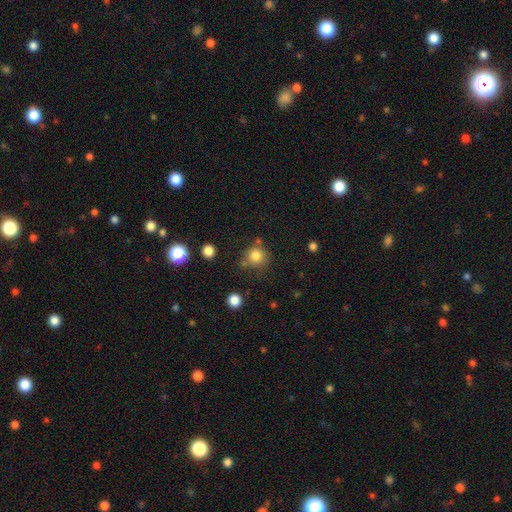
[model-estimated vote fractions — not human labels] smooth 81%, star or artifact 12%, featured or disk 7%. Down the decision tree: how rounded — round (90%); merging — none (68%).